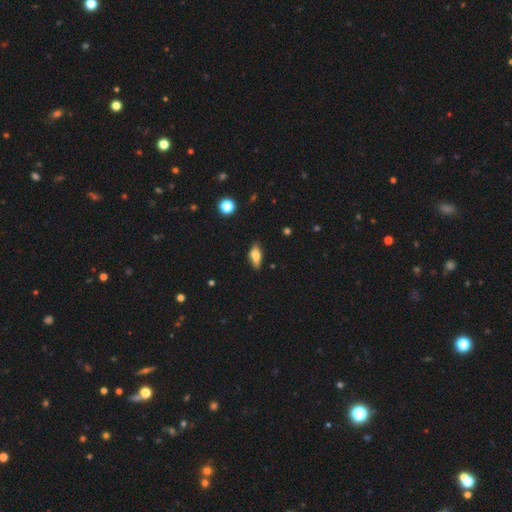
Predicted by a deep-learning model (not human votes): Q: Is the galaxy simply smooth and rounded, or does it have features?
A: smooth — 68%.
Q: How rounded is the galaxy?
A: in between — 73%.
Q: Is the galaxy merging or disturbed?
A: none — 73%.